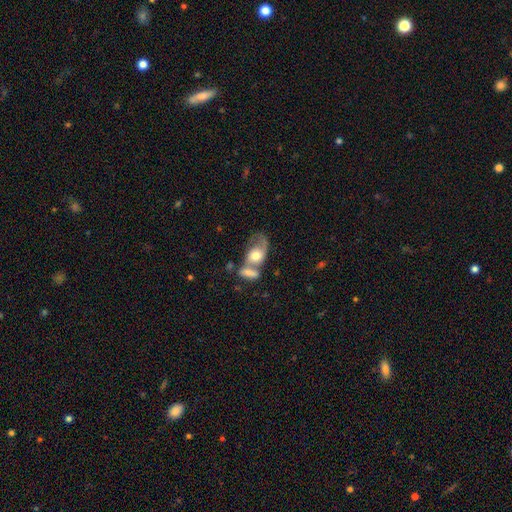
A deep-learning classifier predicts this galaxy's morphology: Smooth or featured? smooth (53%)
How rounded? in between (75%)
Merging? merger (55%)